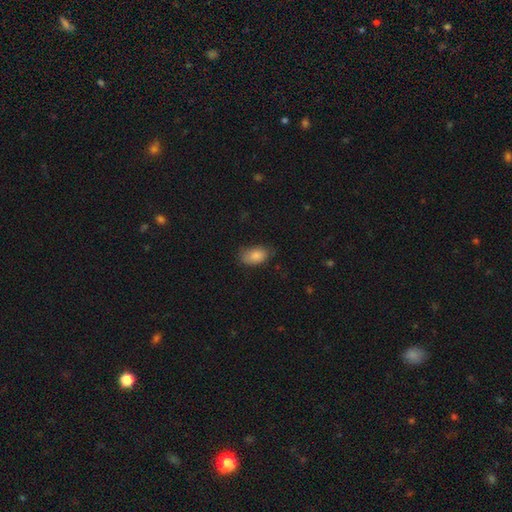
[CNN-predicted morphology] smooth 84%, featured or disk 9%, star or artifact 7%. Down the decision tree: how rounded — in between (91%); merging — none (63%).